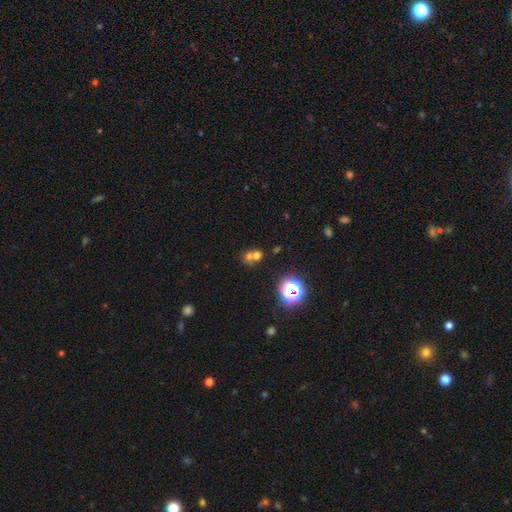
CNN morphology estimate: type=smooth (56%); roundness=round (73%); merging=merger (56%).